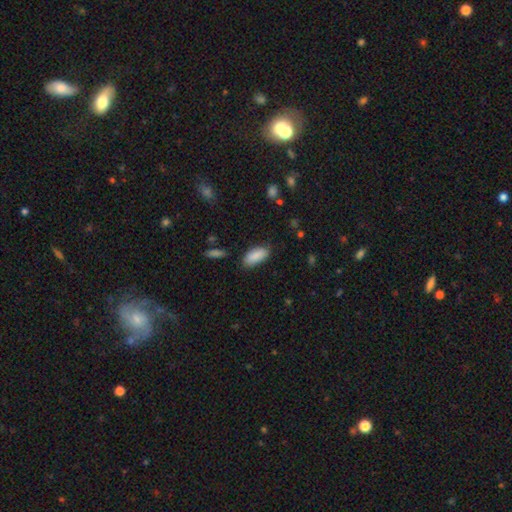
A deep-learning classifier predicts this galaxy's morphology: The model was most divided on "merging": none: 81%, minor disturbance: 14%, major disturbance: 3%, merger: 2%. More confident: smooth or featured — smooth (88%); how rounded — in between (86%).